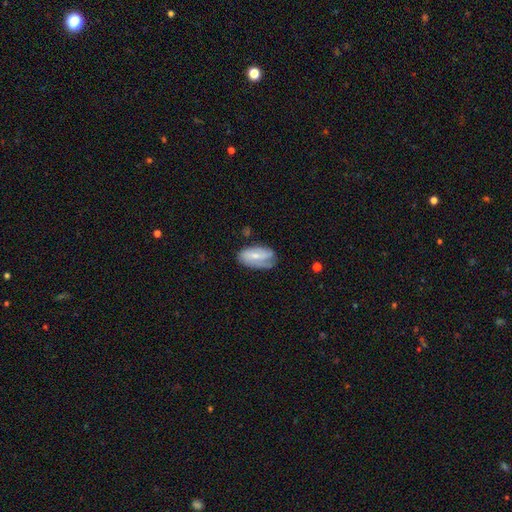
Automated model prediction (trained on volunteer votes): Smooth or featured?
  - featured or disk: 48% *
  - smooth: 45%
  - star or artifact: 7%
Merging?
  - none: 53% *
  - minor disturbance: 31%
  - major disturbance: 13%
  - merger: 3%